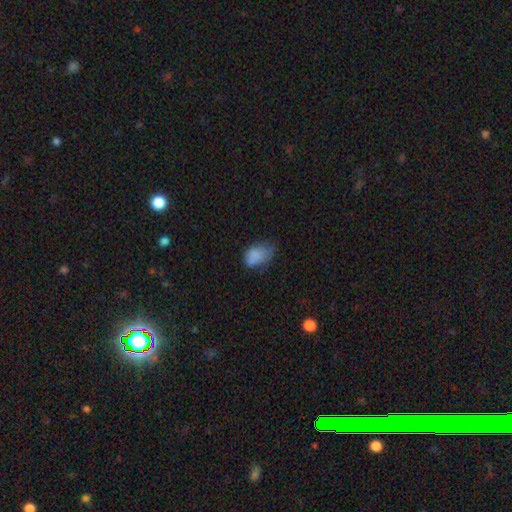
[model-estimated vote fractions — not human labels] Overall: smooth (79%). How rounded: in between (88%). Merging: none (41%; minor disturbance 40%).